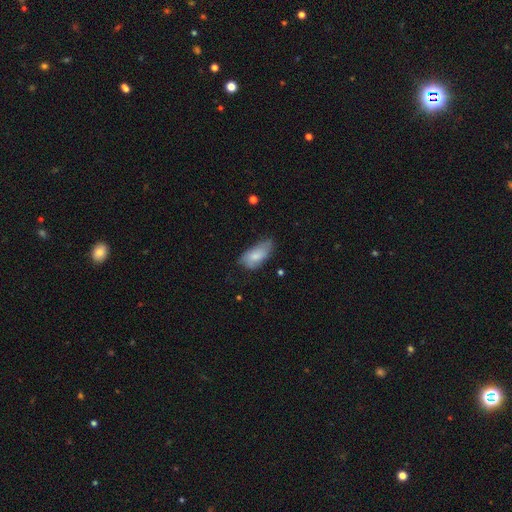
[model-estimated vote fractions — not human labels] This appears to be a smooth galaxy with no disk features (74%) that is in between round and cigar-shaped (91%). Merging: none (44%).